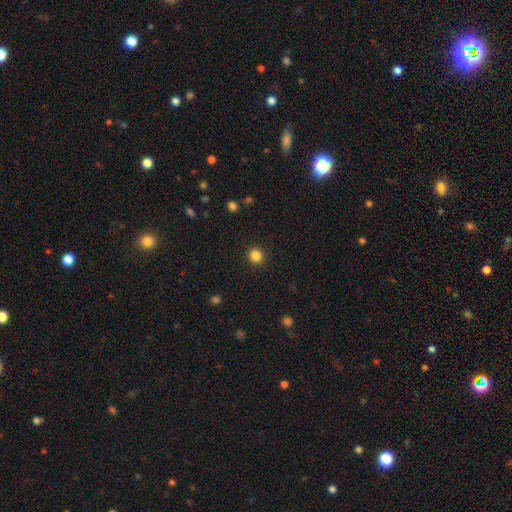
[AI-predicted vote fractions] Smooth or featured? smooth (85%)
How rounded? round (93%)
Merging? none (92%)